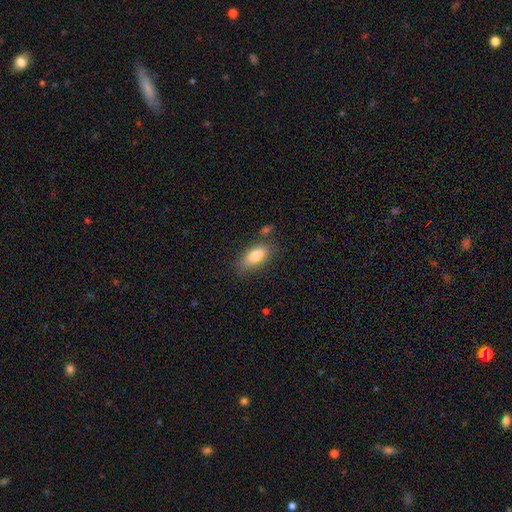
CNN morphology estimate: Smooth or featured: smooth — 75% (featured or disk — 17%)
How rounded: in between — 76% (cigar-shaped — 20%)
Merging: none — 73% (minor disturbance — 17%)